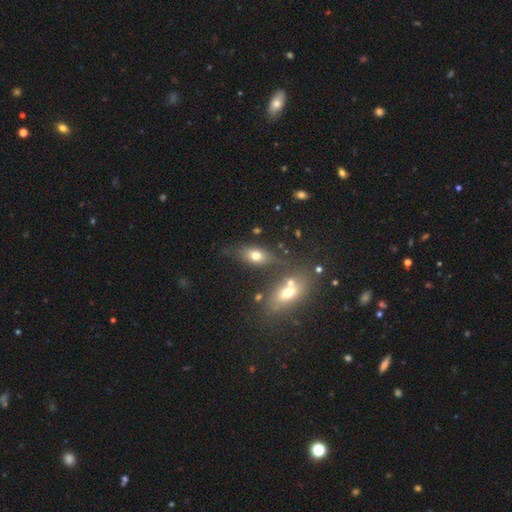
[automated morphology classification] smooth_or_featured: smooth (p=0.70) [alt: featured or disk p=0.17]
how_rounded: in between (p=0.80) [alt: round p=0.15]
merging: none (p=0.56) [alt: merger p=0.19]